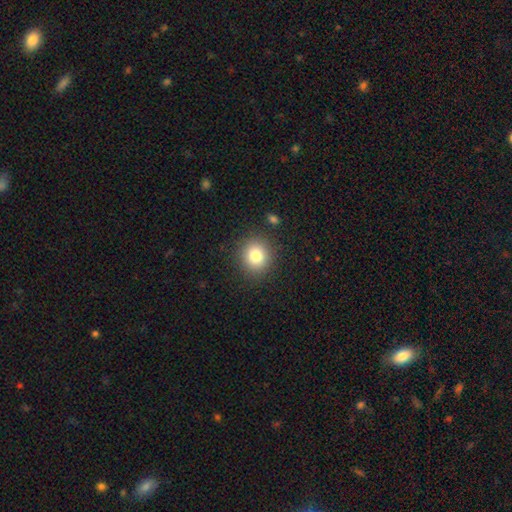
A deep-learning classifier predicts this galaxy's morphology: A smooth galaxy with no disk features (80%) that is round (87%). Merging: none (88%).